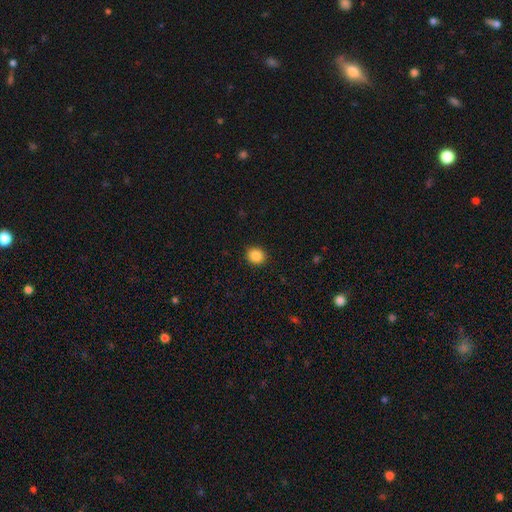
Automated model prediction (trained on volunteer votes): Smooth or featured? smooth (87%)
How rounded? round (81%)
Merging? none (91%)